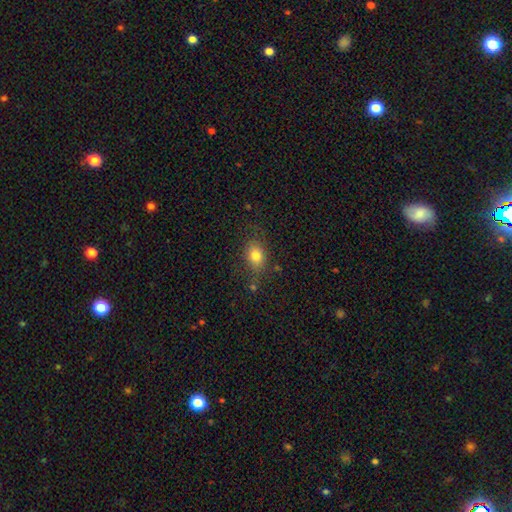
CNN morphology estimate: Overall: smooth (79%). How rounded: in between (68%; round 30%). Merging: none (72%).